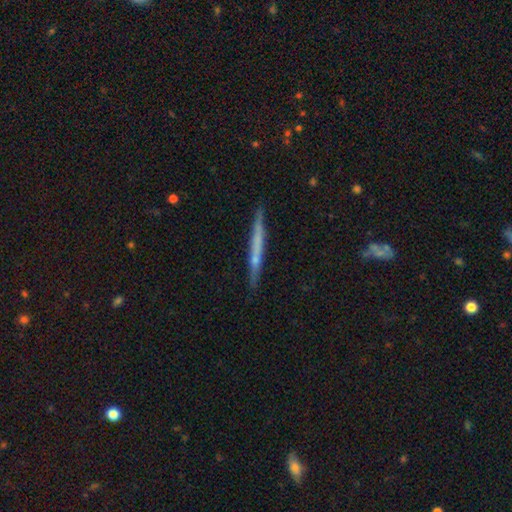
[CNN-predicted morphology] This appears to be a featured or disk galaxy (51%) viewed edge-on (96%). Merging: none (87%).